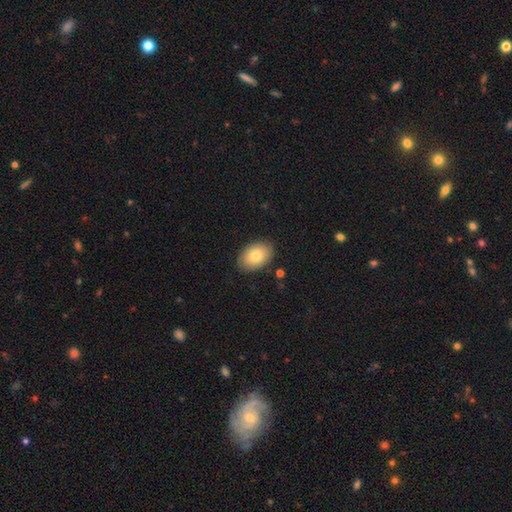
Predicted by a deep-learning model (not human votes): Smooth or featured?
  - smooth: 78% *
  - featured or disk: 14%
  - star or artifact: 7%
How rounded?
  - in between: 84% *
  - round: 15%
  - cigar-shaped: 1%
Merging?
  - none: 86% *
  - minor disturbance: 11%
  - major disturbance: 2%
  - merger: 1%